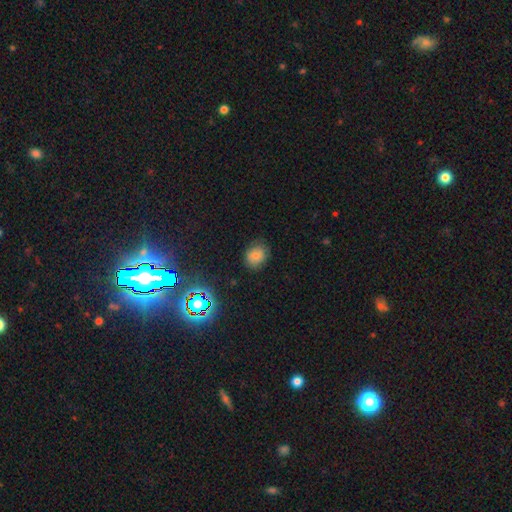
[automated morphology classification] Smooth or featured? Predicted: smooth (p=0.74). How rounded? Predicted: round (p=0.60). Merging? Predicted: none (p=0.77).